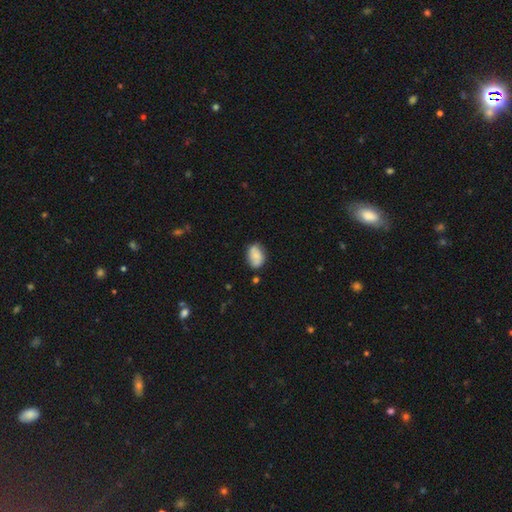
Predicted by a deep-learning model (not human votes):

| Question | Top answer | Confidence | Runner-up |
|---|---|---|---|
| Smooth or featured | smooth | 69% | featured or disk (23%) |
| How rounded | in between | 83% | round (15%) |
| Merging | none | 70% | minor disturbance (21%) |